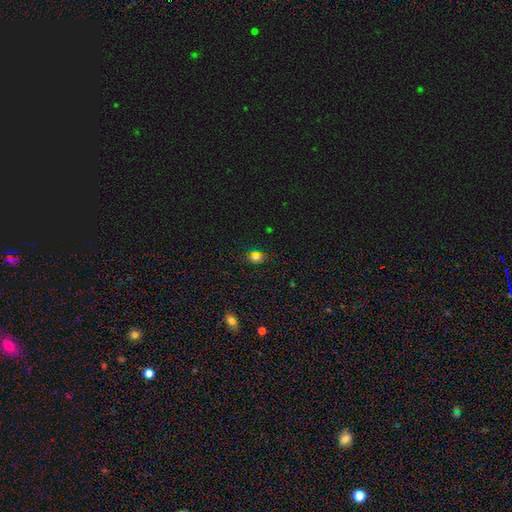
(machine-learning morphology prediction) Smooth or featured? Predicted: smooth (p=0.74). How rounded? Predicted: round (p=0.55). Merging? Predicted: none (p=0.85).